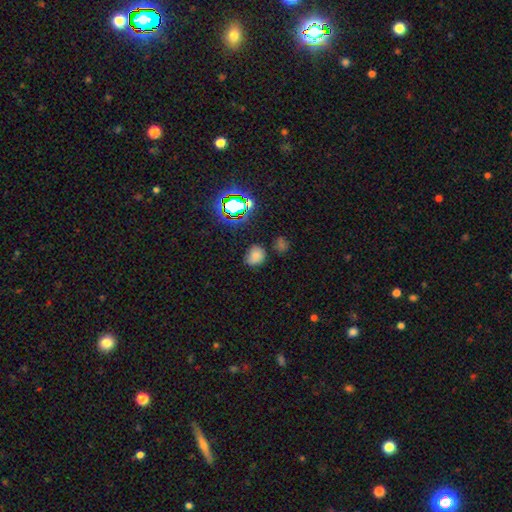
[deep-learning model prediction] This appears to be a smooth galaxy with no disk features (71%) that is round (51%). Merging: none (71%).